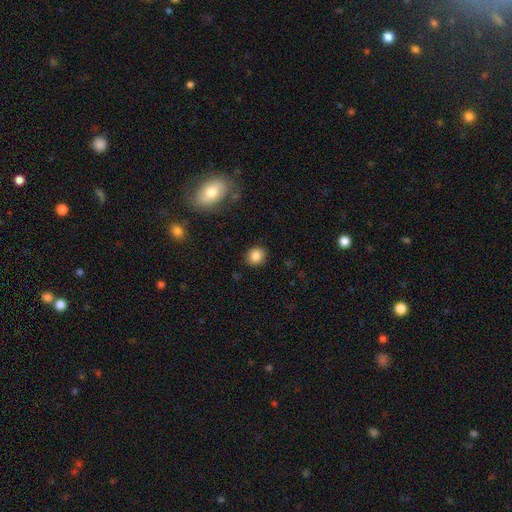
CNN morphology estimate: This appears to be a smooth galaxy with no disk features (85%) that is round (76%). Merging: none (89%).